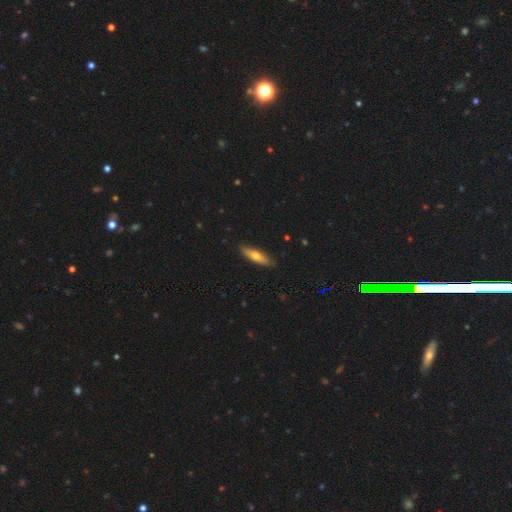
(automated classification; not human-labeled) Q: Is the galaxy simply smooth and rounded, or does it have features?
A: smooth — 62%.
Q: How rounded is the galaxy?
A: cigar-shaped — 64%.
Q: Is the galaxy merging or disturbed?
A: none — 86%.